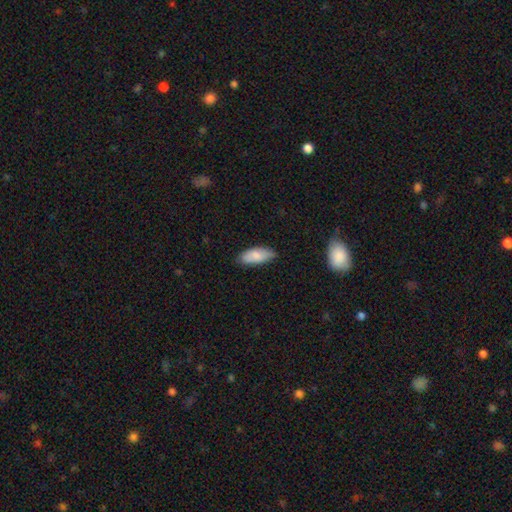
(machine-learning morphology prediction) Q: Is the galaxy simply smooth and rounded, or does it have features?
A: smooth — 83%.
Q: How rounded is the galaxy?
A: in between — 83%.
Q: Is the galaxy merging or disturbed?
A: none — 75%.